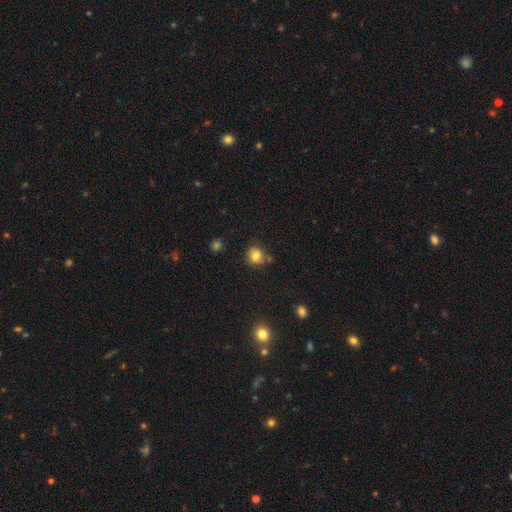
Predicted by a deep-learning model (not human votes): This appears to be a smooth galaxy with no disk features (81%) that is round (85%). Merging: none (70%).